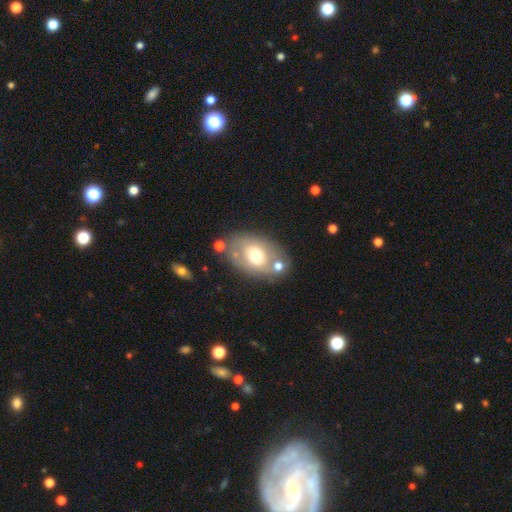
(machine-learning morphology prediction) A smooth galaxy with no disk features (55%) that is in between round and cigar-shaped (82%). Merging: none (64%).